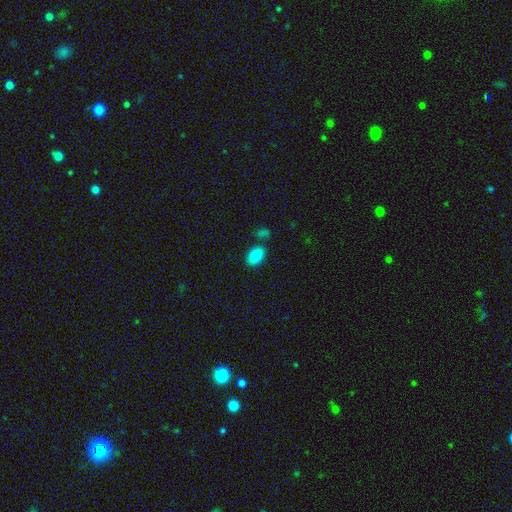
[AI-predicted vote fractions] Q: Smooth or featured?
A: smooth (85%); runner-up: star or artifact (8%)
Q: How rounded?
A: in between (91%); runner-up: round (8%)
Q: Merging?
A: none (81%); runner-up: minor disturbance (11%)